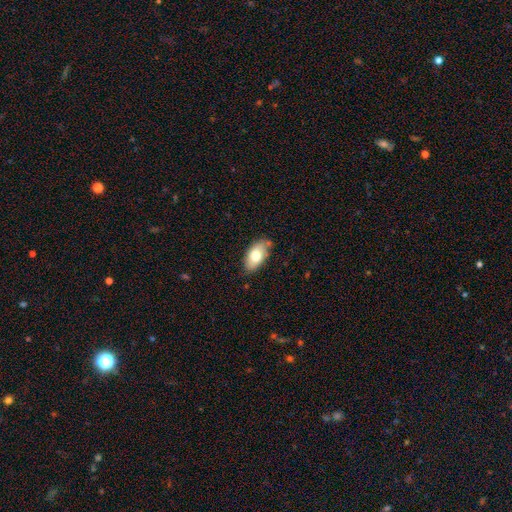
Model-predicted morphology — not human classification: Smooth or featured: smooth — 73% (featured or disk — 20%)
How rounded: in between — 93% (cigar-shaped — 4%)
Merging: none — 74% (minor disturbance — 20%)